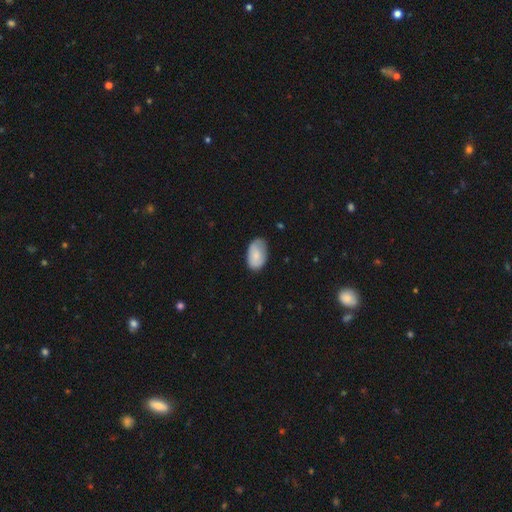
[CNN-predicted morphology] type=smooth (77%); roundness=in between (92%); merging=none (66%).